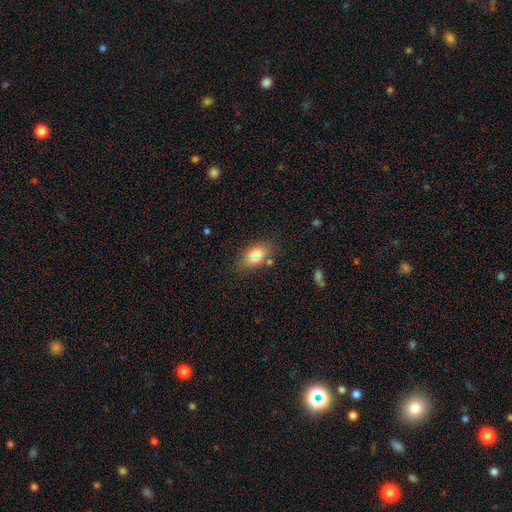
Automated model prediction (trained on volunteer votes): smooth 75%, featured or disk 15%, star or artifact 10%. Down the decision tree: how rounded — in between (82%); merging — none (71%).